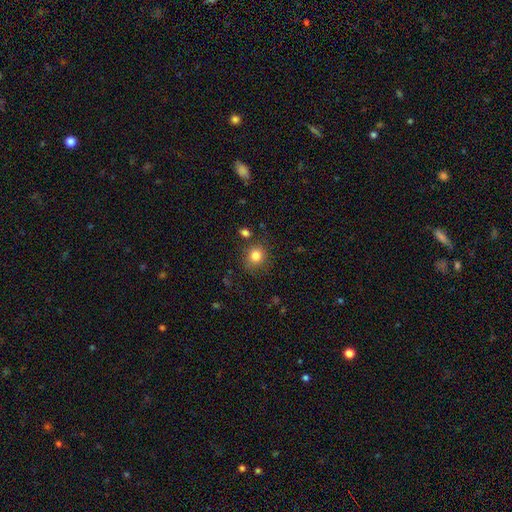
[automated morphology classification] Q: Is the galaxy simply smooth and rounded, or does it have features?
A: smooth — 82%.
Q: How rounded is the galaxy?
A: round — 84%.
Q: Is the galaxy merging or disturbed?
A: none — 80%.